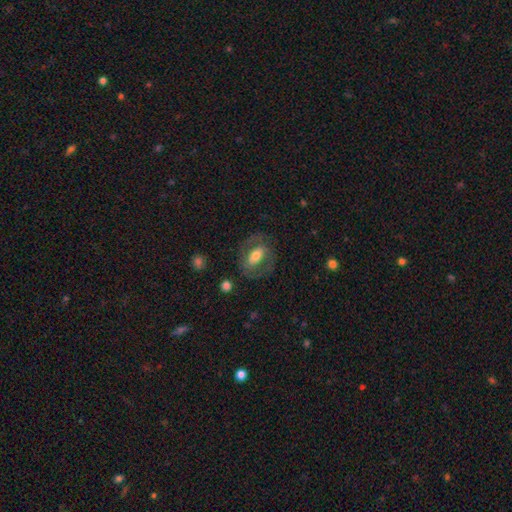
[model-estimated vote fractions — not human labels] Overall: featured or disk (49%; smooth 44%). Merging: none (71%).